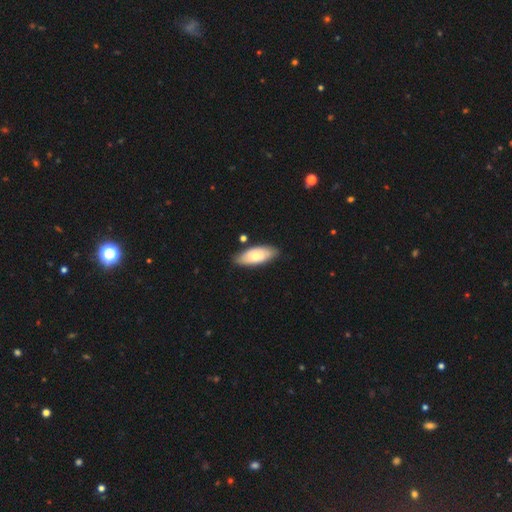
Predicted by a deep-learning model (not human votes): A smooth galaxy with no disk features (70%) that is in between round and cigar-shaped (83%). Merging: none (80%).